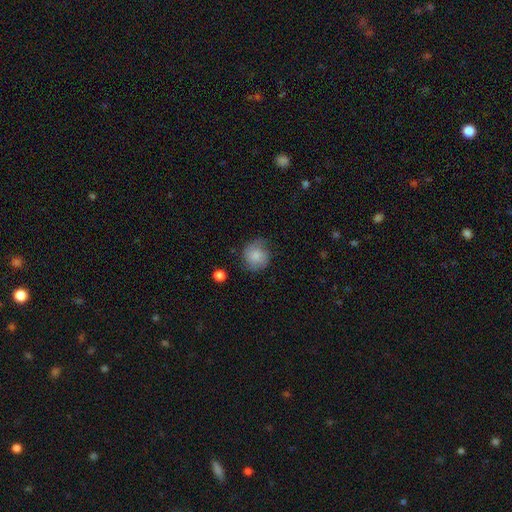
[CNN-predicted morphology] Smooth or featured: smooth — 73% (featured or disk — 19%)
How rounded: round — 85% (in between — 14%)
Merging: none — 64% (minor disturbance — 26%)